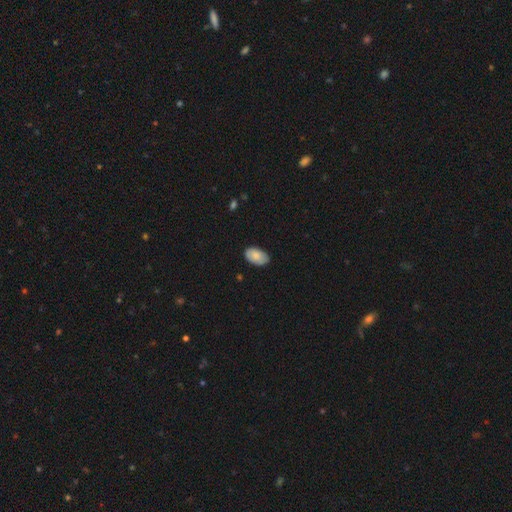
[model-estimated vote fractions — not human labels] This is clearly a smooth galaxy (81%). How rounded: clearly in between (94%). Merging: clearly none (81%).